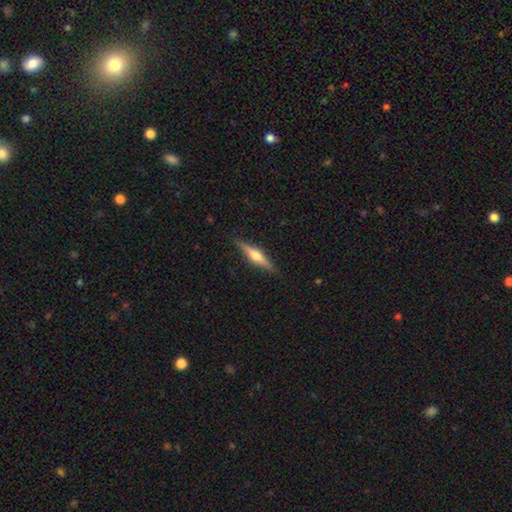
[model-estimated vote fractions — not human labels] Smooth or featured?
  - featured or disk: 64% *
  - smooth: 30%
  - star or artifact: 6%
Edge-on disk?
  - yes: 97% *
  - no: 3%
Edge-on bulge?
  - rounded: 90% *
  - boxy: 6%
  - none: 4%
Merging?
  - none: 89% *
  - minor disturbance: 8%
  - major disturbance: 2%
  - merger: 1%